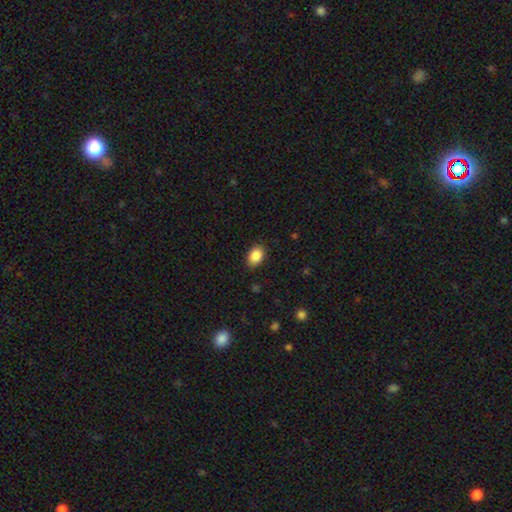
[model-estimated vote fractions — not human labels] smooth_or_featured: smooth (p=0.88) [alt: star or artifact p=0.08]
how_rounded: in between (p=0.78) [alt: round p=0.21]
merging: none (p=0.86) [alt: minor disturbance p=0.11]